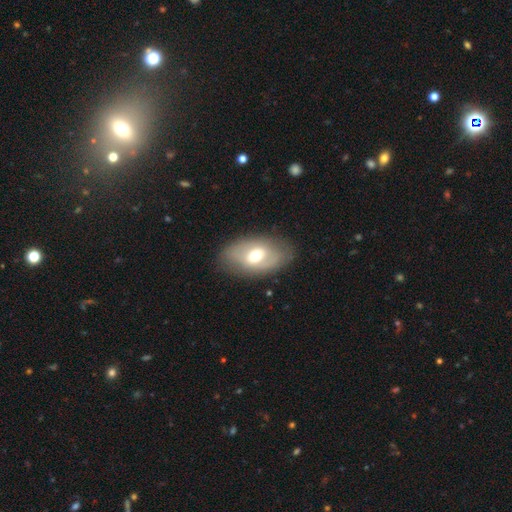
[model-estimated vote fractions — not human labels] This appears to be a smooth galaxy with no disk features (50%) that is in between round and cigar-shaped (89%). Merging: none (80%).